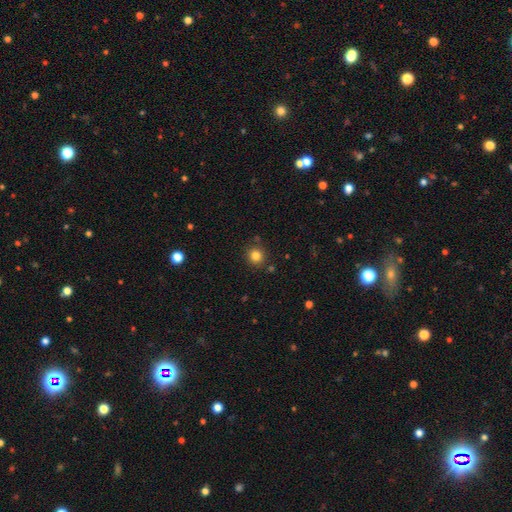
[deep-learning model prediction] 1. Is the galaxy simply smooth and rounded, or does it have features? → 81% smooth, 13% star or artifact, 6% featured or disk.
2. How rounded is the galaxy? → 92% round, 8% in between, 1% cigar-shaped.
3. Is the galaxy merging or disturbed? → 86% none, 8% minor disturbance, 4% merger, 2% major disturbance.